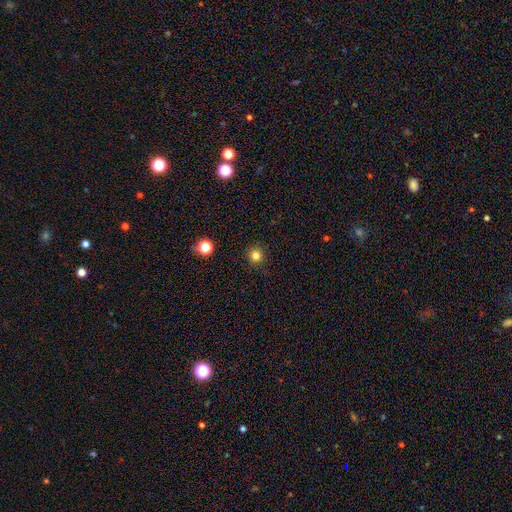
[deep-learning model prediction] Smooth or featured? Predicted: smooth (p=0.82). How rounded? Predicted: round (p=0.95). Merging? Predicted: none (p=0.91).